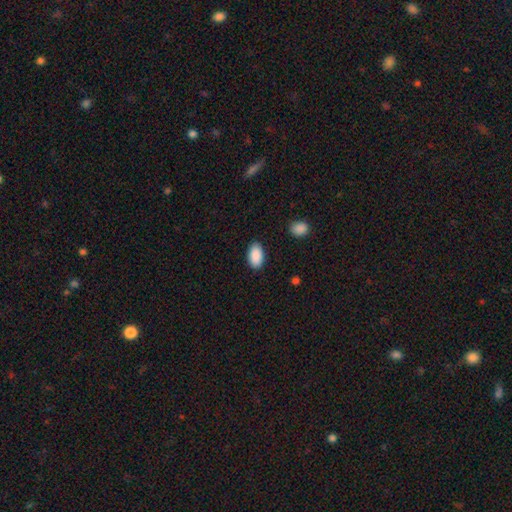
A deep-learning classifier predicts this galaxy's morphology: smooth-or-featured: smooth: 91% | star or artifact: 7% | featured or disk: 3%
  how-rounded: in between: 94% | round: 4% | cigar-shaped: 2%
  merging: none: 88% | minor disturbance: 9% | major disturbance: 2% | merger: 1%